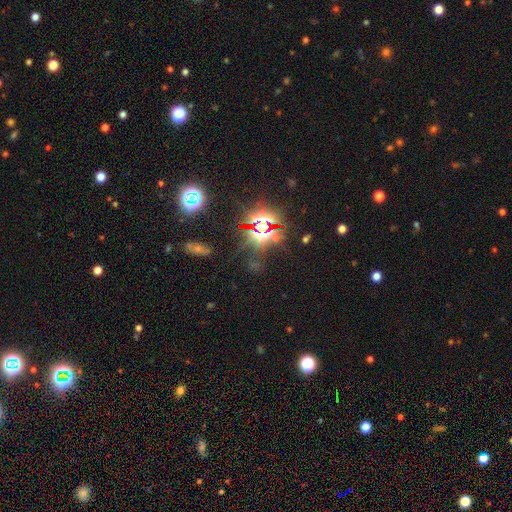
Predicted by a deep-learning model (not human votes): Q: Smooth or featured?
A: star or artifact (80%); runner-up: smooth (12%)